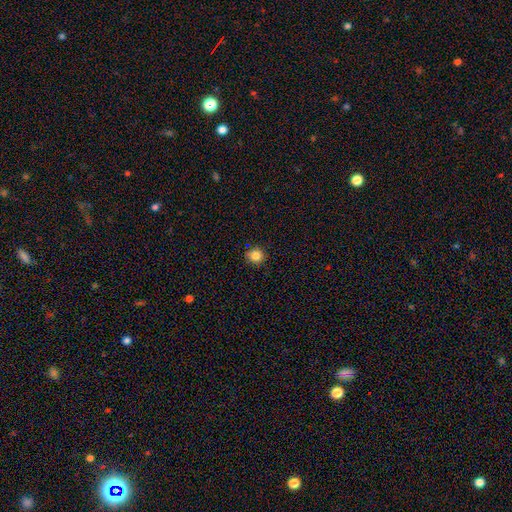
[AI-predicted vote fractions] Smooth or featured: smooth — 84% (star or artifact — 11%)
How rounded: round — 89% (in between — 10%)
Merging: none — 84% (minor disturbance — 12%)